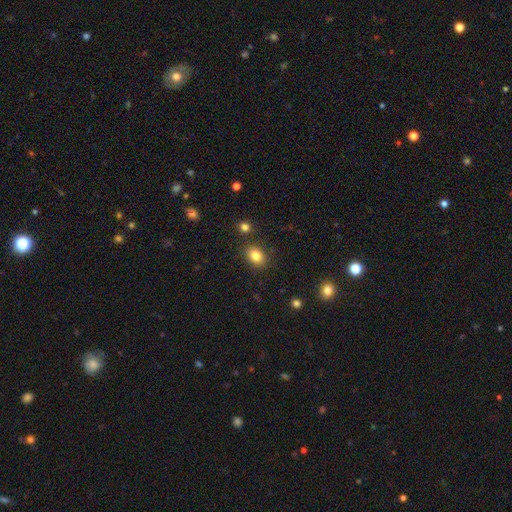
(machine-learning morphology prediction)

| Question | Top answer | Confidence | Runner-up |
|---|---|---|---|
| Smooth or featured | smooth | 83% | star or artifact (10%) |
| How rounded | in between | 68% | round (31%) |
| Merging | none | 84% | minor disturbance (10%) |